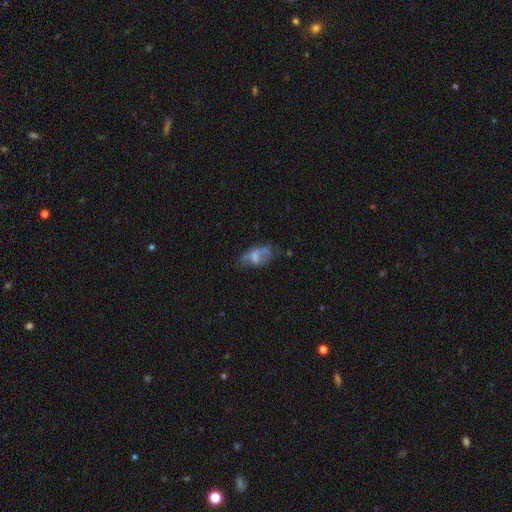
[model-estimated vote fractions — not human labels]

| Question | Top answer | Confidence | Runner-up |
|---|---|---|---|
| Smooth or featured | smooth | 53% | featured or disk (36%) |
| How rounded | in between | 88% | round (7%) |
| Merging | none | 40% | minor disturbance (28%) |